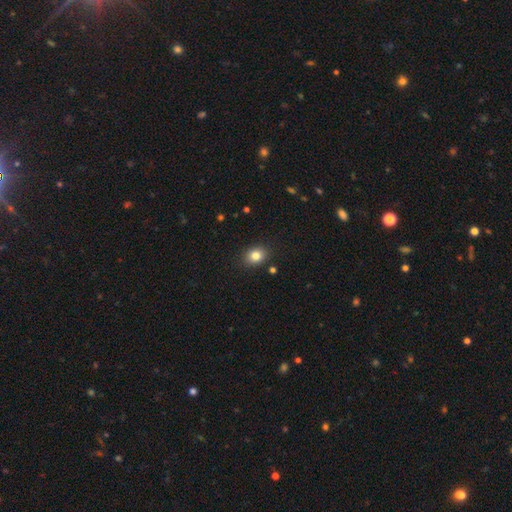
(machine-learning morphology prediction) smooth 82%, star or artifact 10%, featured or disk 7%. Down the decision tree: how rounded — in between (51%); merging — none (87%).